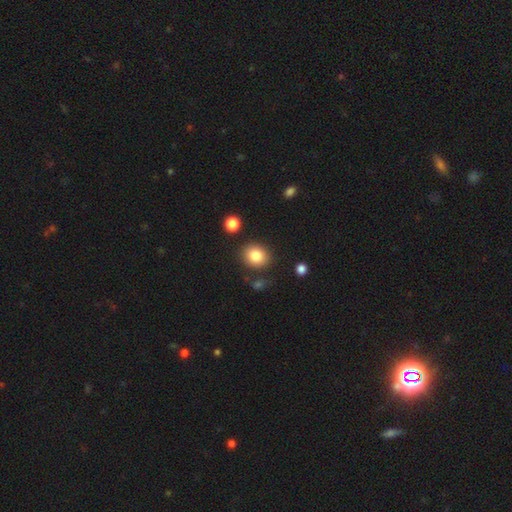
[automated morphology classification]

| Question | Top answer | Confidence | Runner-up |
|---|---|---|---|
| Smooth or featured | smooth | 84% | star or artifact (9%) |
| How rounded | round | 67% | in between (32%) |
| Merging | none | 83% | minor disturbance (10%) |